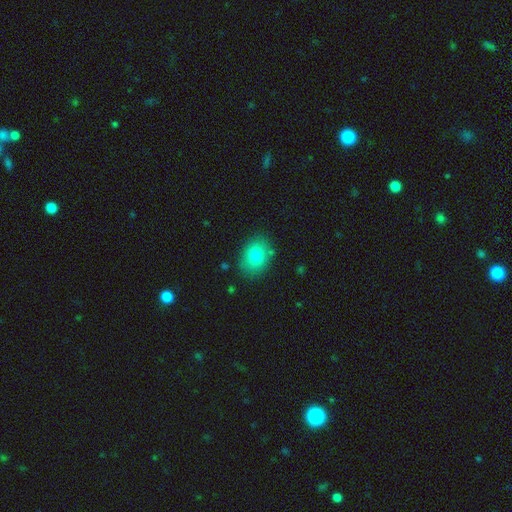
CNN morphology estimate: Smooth or featured?
  - smooth: 81% *
  - featured or disk: 10%
  - star or artifact: 9%
How rounded?
  - in between: 68% *
  - round: 31%
  - cigar-shaped: 1%
Merging?
  - none: 81% *
  - minor disturbance: 13%
  - major disturbance: 4%
  - merger: 3%